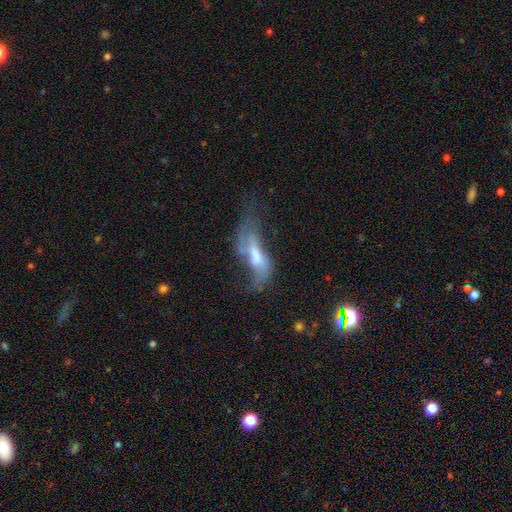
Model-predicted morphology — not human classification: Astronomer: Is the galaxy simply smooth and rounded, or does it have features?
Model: featured or disk — 63%.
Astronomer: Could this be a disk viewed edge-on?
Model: no — 82%.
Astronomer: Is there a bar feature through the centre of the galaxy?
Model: weak — 41% (runner-up: no, 36%).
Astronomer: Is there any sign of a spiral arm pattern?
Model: yes — 67%.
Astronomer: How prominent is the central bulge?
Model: moderate — 47% (runner-up: small, 24%).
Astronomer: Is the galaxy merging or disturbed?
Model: major disturbance — 37% (runner-up: none, 30%).